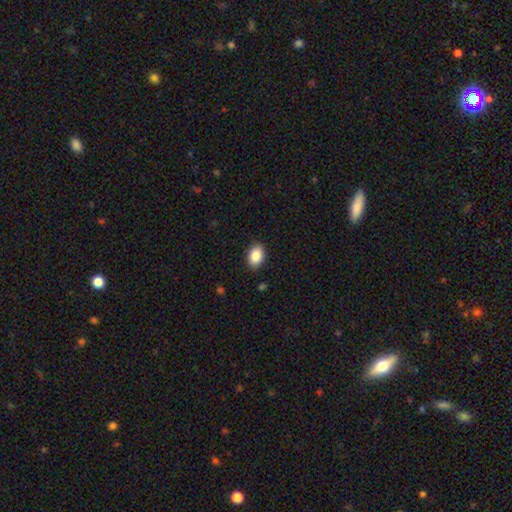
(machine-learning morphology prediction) This is clearly a smooth galaxy (89%). How rounded: clearly in between (85%). Merging: clearly none (89%).